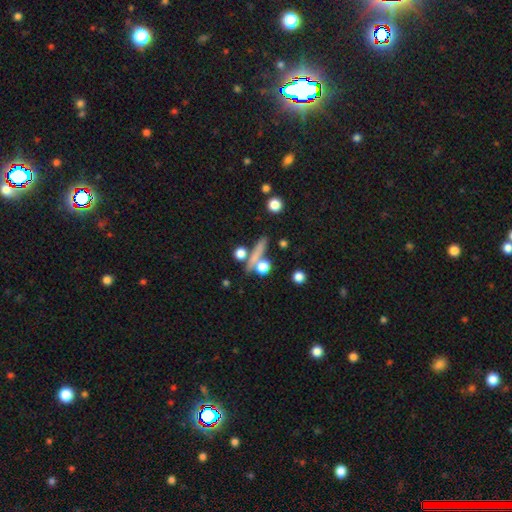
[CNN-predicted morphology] This is likely a smooth galaxy (62%). How rounded: possibly cigar-shaped (54%). Merging: likely none (66%).